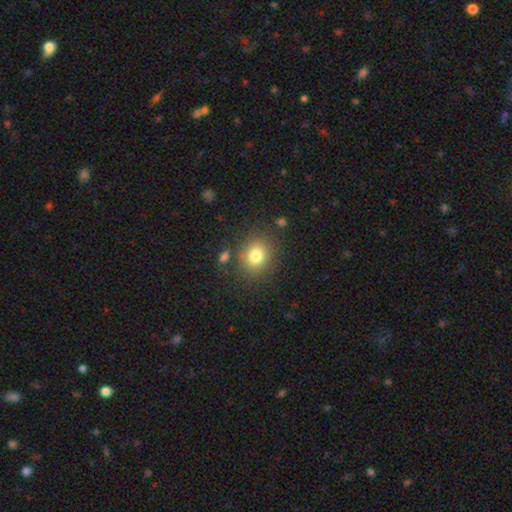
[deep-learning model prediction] Smooth or featured?
  - smooth: 79% *
  - star or artifact: 12%
  - featured or disk: 9%
How rounded?
  - round: 72% *
  - in between: 28%
  - cigar-shaped: 1%
Merging?
  - none: 82% *
  - minor disturbance: 10%
  - major disturbance: 4%
  - merger: 4%